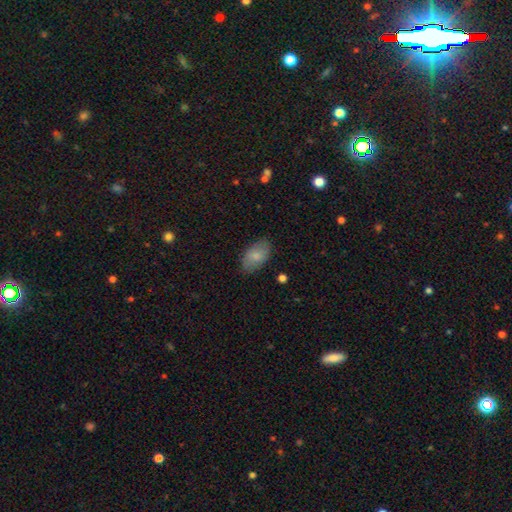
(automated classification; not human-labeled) smooth-or-featured: smooth: 79% | featured or disk: 15% | star or artifact: 6%
  how-rounded: in between: 94% | round: 5% | cigar-shaped: 2%
  merging: none: 81% | minor disturbance: 14% | major disturbance: 3% | merger: 1%